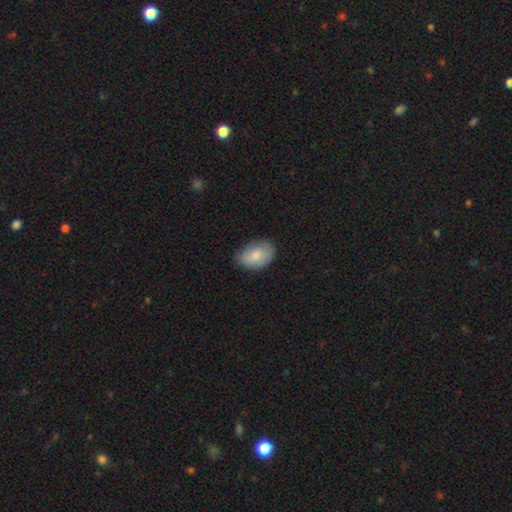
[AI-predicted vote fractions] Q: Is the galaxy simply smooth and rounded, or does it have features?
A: smooth — 81%.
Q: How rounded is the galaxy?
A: in between — 85%.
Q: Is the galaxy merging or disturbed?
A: none — 72%.